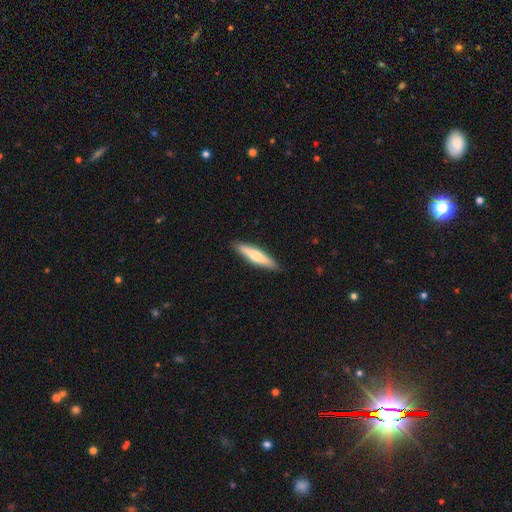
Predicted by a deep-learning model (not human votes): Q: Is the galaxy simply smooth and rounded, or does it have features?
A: smooth — 65%.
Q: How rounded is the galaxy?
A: cigar-shaped — 86%.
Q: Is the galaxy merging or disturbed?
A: none — 90%.